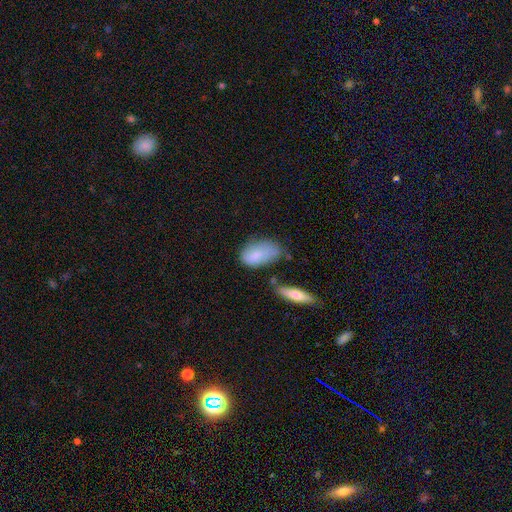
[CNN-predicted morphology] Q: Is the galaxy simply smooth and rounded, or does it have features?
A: smooth — 79%.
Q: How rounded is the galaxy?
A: in between — 92%.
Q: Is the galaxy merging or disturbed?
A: none — 43%.